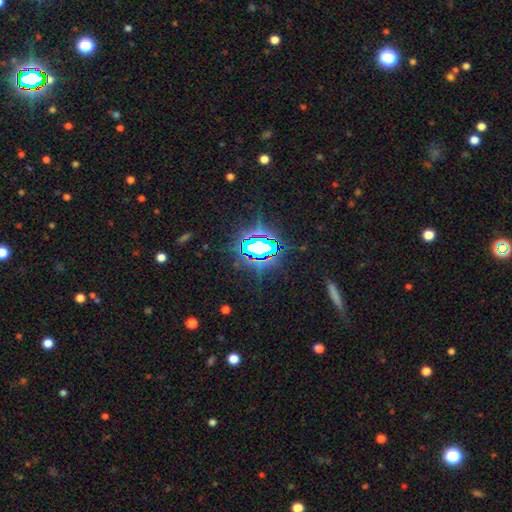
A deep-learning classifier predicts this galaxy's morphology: Smooth or featured?
  - star or artifact: 76% *
  - smooth: 13%
  - featured or disk: 11%